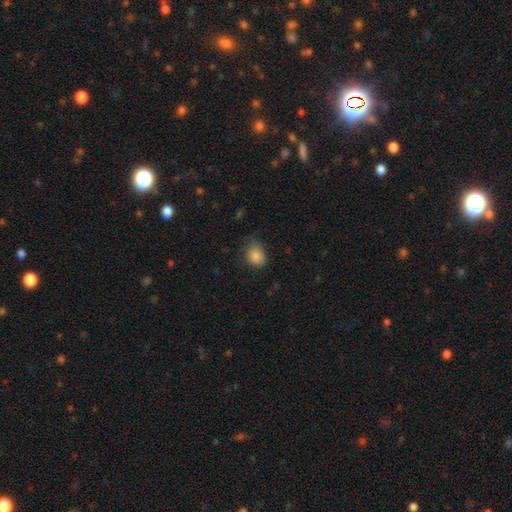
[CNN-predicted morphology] A smooth galaxy with no disk features (85%) that is in between round and cigar-shaped (58%). Merging: none (62%).